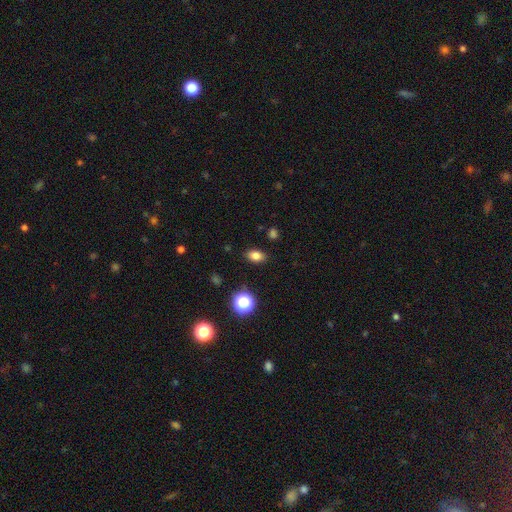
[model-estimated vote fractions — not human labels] A smooth galaxy with no disk features (80%) that is in between round and cigar-shaped (82%).

Vote fractions:
- Smooth or featured? smooth: 80% / star or artifact: 13% / featured or disk: 6%
- How rounded? in between: 82% / round: 16% / cigar-shaped: 2%
- Merging? none: 87% / minor disturbance: 9% / major disturbance: 3% / merger: 2%